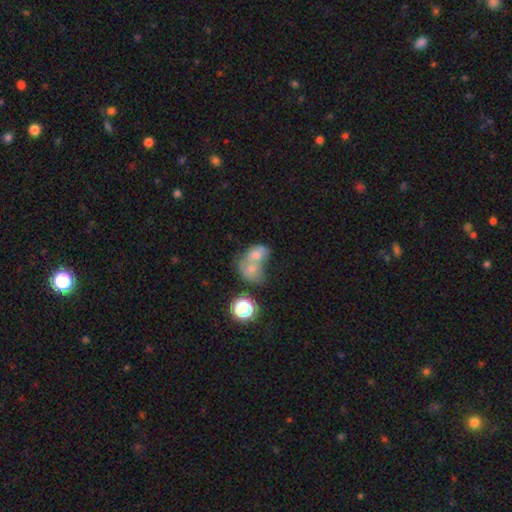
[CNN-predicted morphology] smooth 55%, featured or disk 29%, star or artifact 16%. Down the decision tree: how rounded — in between (53%); merging — merger (73%).